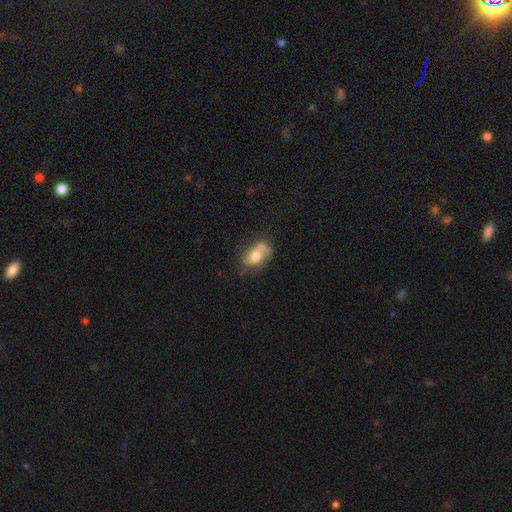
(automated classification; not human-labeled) Smooth or featured? Predicted: smooth (p=0.60). How rounded? Predicted: in between (p=0.83). Merging? Predicted: none (p=0.42).